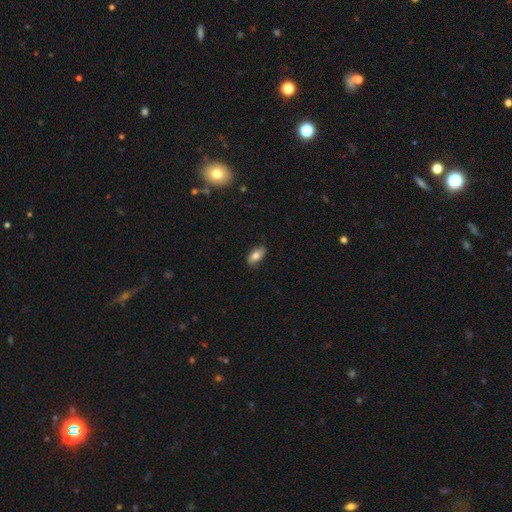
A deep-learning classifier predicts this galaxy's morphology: The model was most divided on "smooth or featured": smooth: 81%, featured or disk: 11%, star or artifact: 7%. More confident: how rounded — in between (90%); merging — none (84%).